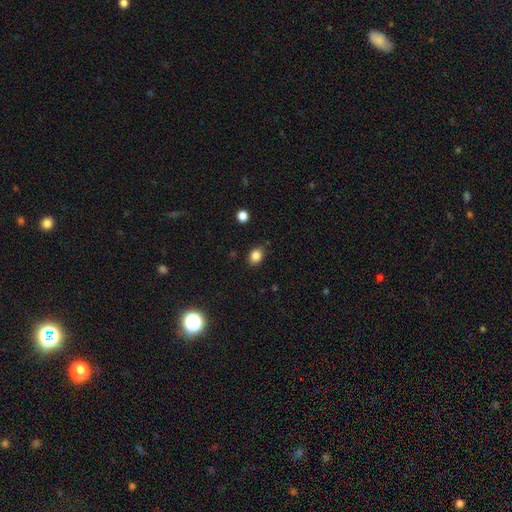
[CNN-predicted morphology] Smooth or featured?
  - smooth: 84% *
  - star or artifact: 11%
  - featured or disk: 5%
How rounded?
  - in between: 62% *
  - round: 37%
  - cigar-shaped: 1%
Merging?
  - none: 84% *
  - minor disturbance: 11%
  - major disturbance: 3%
  - merger: 2%